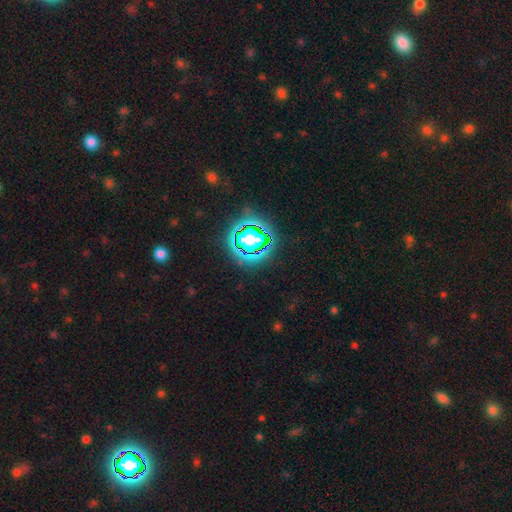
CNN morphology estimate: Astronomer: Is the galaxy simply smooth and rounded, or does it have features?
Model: star or artifact — 81%.